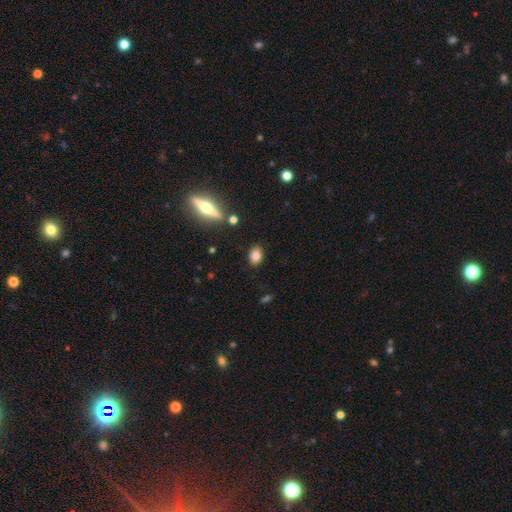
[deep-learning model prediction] Smooth or featured: smooth — 79% (featured or disk — 11%)
How rounded: in between — 67% (round — 30%)
Merging: none — 87% (minor disturbance — 8%)